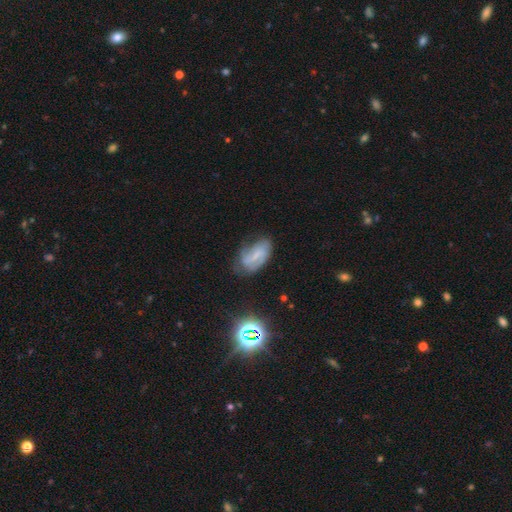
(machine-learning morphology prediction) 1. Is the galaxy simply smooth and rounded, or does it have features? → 54% featured or disk, 34% smooth, 12% star or artifact.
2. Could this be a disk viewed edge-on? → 95% no, 5% yes.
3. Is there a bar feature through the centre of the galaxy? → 44% weak, 31% no, 24% strong.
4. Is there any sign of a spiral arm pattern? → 77% yes, 23% no.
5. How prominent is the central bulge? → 44% small, 39% none, 14% moderate, 2% large, 1% dominant.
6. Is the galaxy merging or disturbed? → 51% none, 31% minor disturbance, 15% major disturbance, 3% merger.